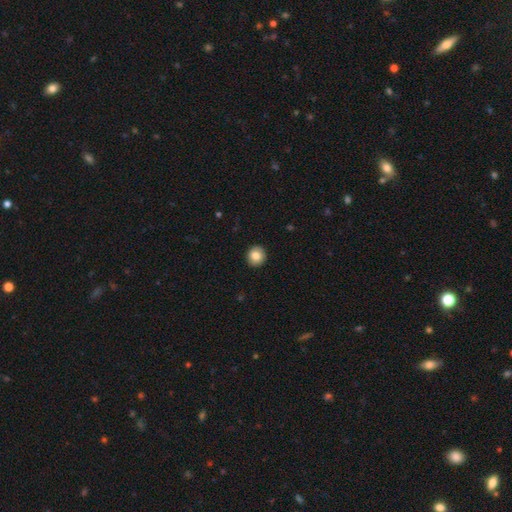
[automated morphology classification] This appears to be a smooth galaxy with no disk features (84%) that is round (86%). Merging: none (92%).